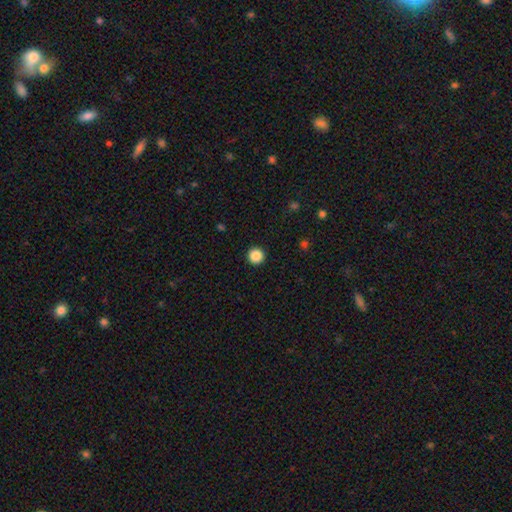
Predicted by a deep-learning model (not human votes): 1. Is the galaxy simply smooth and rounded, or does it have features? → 87% smooth, 10% star or artifact, 3% featured or disk.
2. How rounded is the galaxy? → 96% round, 3% in between, 1% cigar-shaped.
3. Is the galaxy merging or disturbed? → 94% none, 4% minor disturbance, 1% major disturbance, 1% merger.